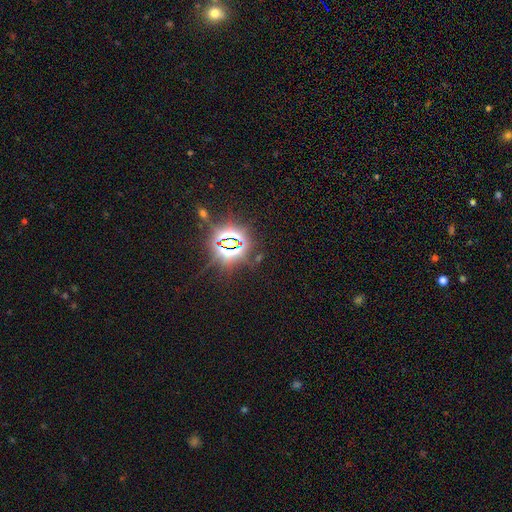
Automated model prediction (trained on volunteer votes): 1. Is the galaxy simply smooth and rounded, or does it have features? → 81% star or artifact, 11% smooth, 8% featured or disk.